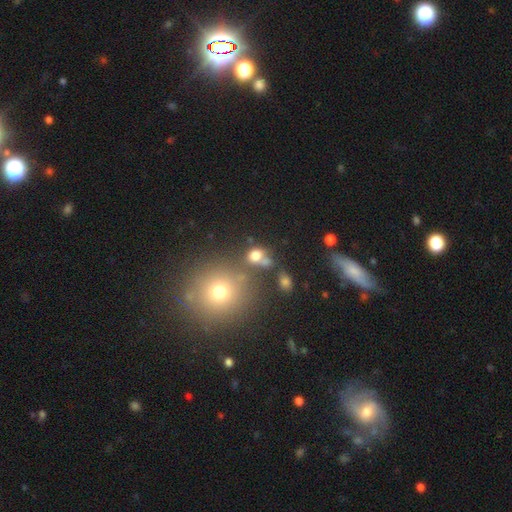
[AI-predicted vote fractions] This is likely a smooth galaxy (72%). How rounded: possibly round (58%). Merging: possibly none (47%).